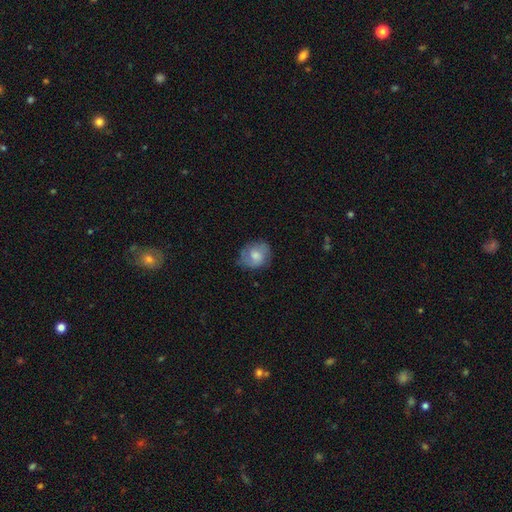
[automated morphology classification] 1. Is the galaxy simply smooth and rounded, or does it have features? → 62% smooth, 30% featured or disk, 7% star or artifact.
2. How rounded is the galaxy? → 68% round, 31% in between, 1% cigar-shaped.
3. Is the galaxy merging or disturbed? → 71% none, 21% minor disturbance, 6% major disturbance, 1% merger.